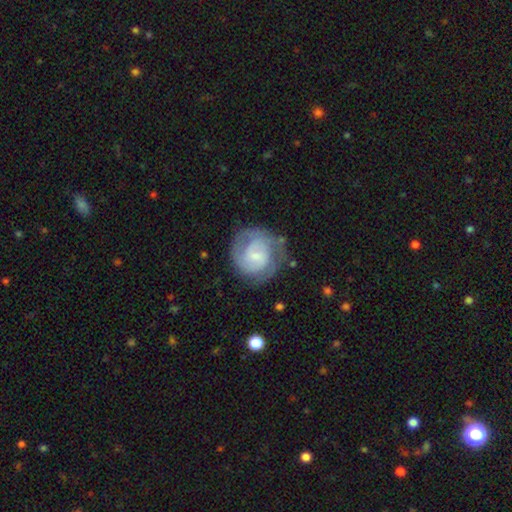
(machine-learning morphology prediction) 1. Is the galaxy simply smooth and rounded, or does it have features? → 71% featured or disk, 23% smooth, 6% star or artifact.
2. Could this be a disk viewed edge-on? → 98% no, 2% yes.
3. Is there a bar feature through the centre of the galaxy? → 48% weak, 43% no, 9% strong.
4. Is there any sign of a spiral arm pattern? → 90% yes, 10% no.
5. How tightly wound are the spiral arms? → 57% tight, 33% medium, 10% loose.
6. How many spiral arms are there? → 50% 2, 26% can't tell, 10% 3, 8% 1, 3% 4, 3% more than 4.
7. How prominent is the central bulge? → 58% small, 24% moderate, 12% none, 5% large, 1% dominant.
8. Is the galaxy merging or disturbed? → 67% none, 19% minor disturbance, 12% major disturbance, 2% merger.